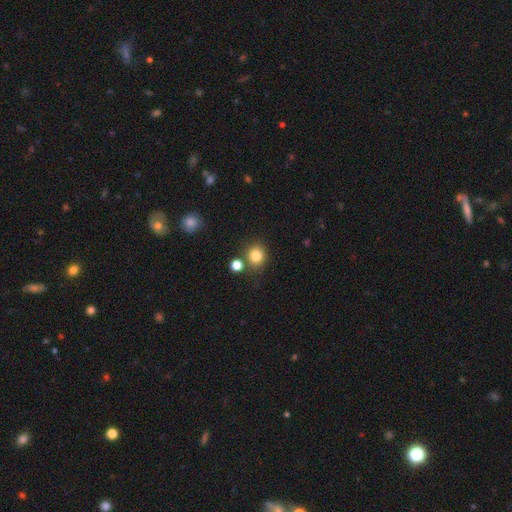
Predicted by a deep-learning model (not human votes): smooth_or_featured: smooth (p=0.82) [alt: star or artifact p=0.12]
how_rounded: round (p=0.83) [alt: in between p=0.16]
merging: none (p=0.74) [alt: merger p=0.12]